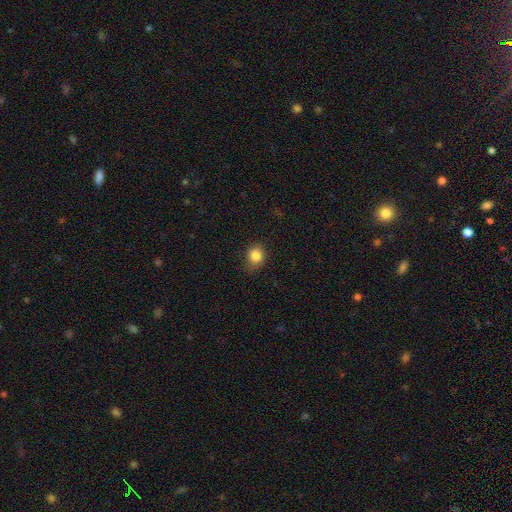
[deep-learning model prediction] Smooth or featured?
  - smooth: 85% *
  - star or artifact: 10%
  - featured or disk: 5%
How rounded?
  - round: 74% *
  - in between: 25%
  - cigar-shaped: 1%
Merging?
  - none: 78% *
  - minor disturbance: 17%
  - major disturbance: 4%
  - merger: 1%